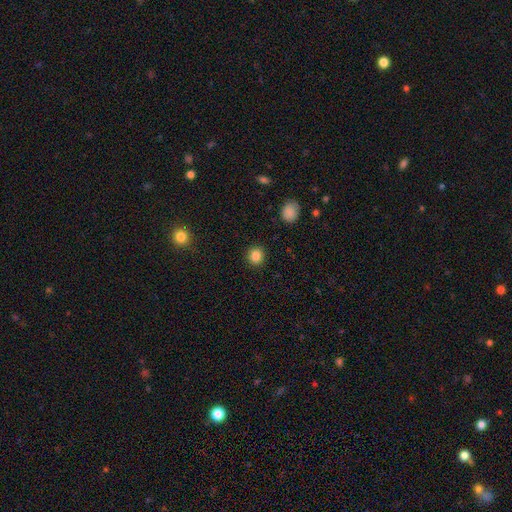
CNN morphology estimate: smooth-or-featured: smooth: 86% | star or artifact: 11% | featured or disk: 4%
  how-rounded: round: 89% | in between: 10% | cigar-shaped: 1%
  merging: none: 91% | minor disturbance: 6% | major disturbance: 2% | merger: 1%